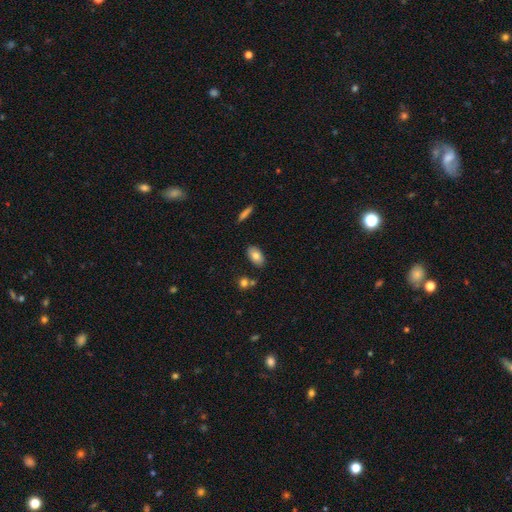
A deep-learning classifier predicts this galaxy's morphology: Smooth or featured? smooth (78%)
How rounded? in between (91%)
Merging? none (82%)